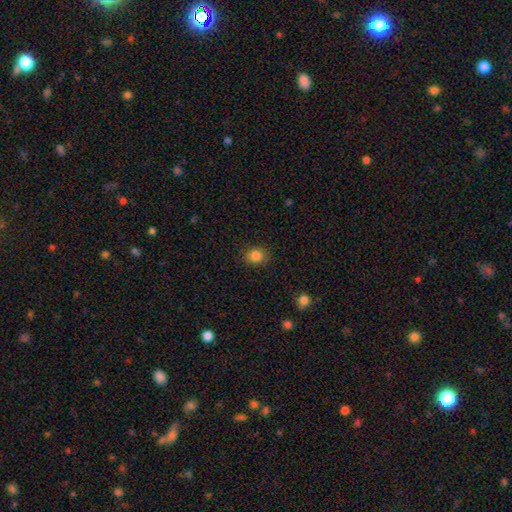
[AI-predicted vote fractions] The model was most divided on "how rounded": round: 68%, in between: 31%, cigar-shaped: 1%. More confident: merging — none (86%); smooth or featured — smooth (85%).